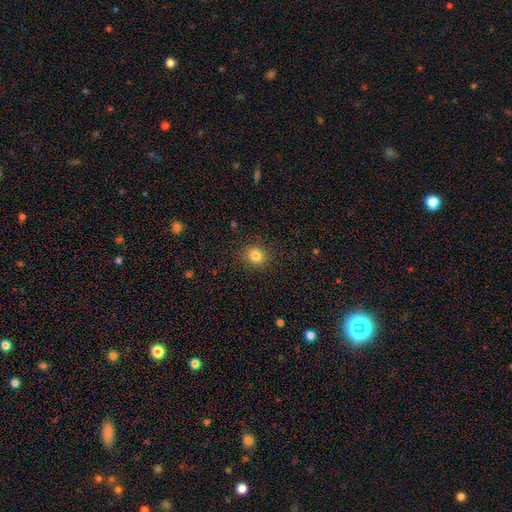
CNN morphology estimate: Smooth or featured? Predicted: smooth (p=0.82). How rounded? Predicted: round (p=0.74). Merging? Predicted: none (p=0.88).